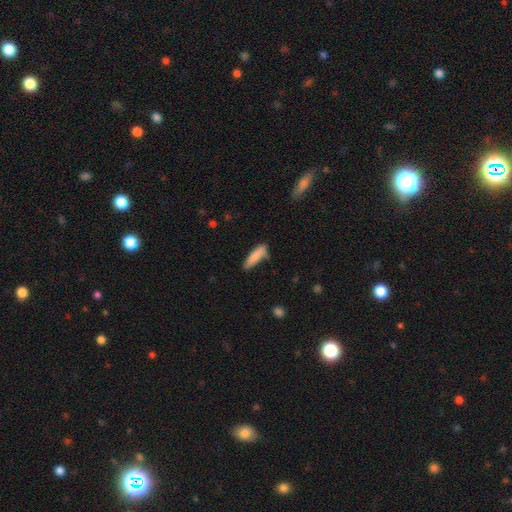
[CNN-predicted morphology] Smooth or featured? smooth (84%)
How rounded? cigar-shaped (66%)
Merging? none (68%)